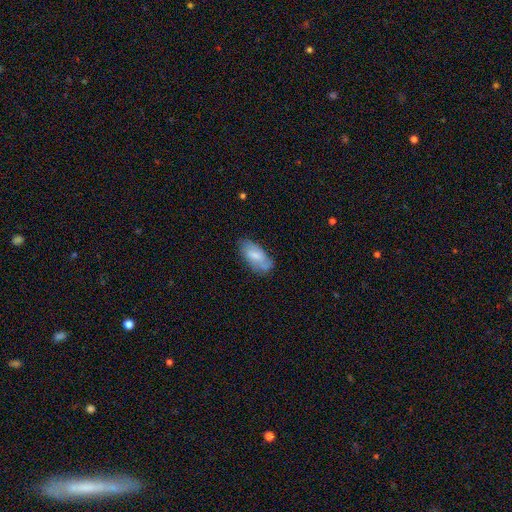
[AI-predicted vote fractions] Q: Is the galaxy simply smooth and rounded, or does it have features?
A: smooth — 69%.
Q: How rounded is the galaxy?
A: in between — 89%.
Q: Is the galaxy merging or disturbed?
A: none — 62%.